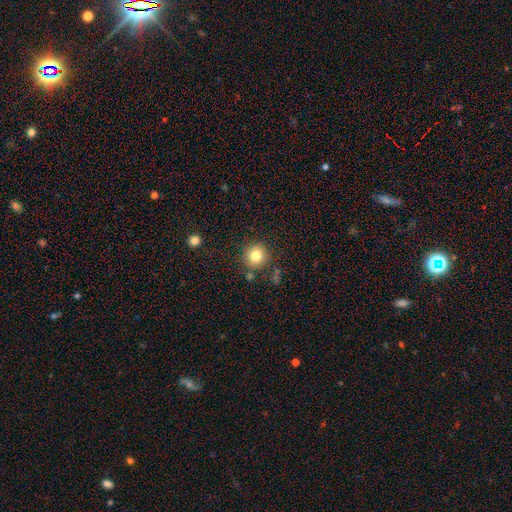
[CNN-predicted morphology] This appears to be a smooth galaxy with no disk features (81%) that is round (93%). Merging: none (84%).